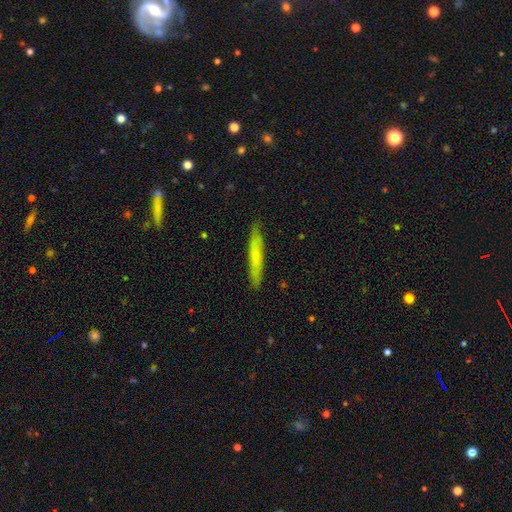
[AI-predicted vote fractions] smooth 60%, featured or disk 35%, star or artifact 6%. Down the decision tree: how rounded — cigar-shaped (93%); merging — none (88%).